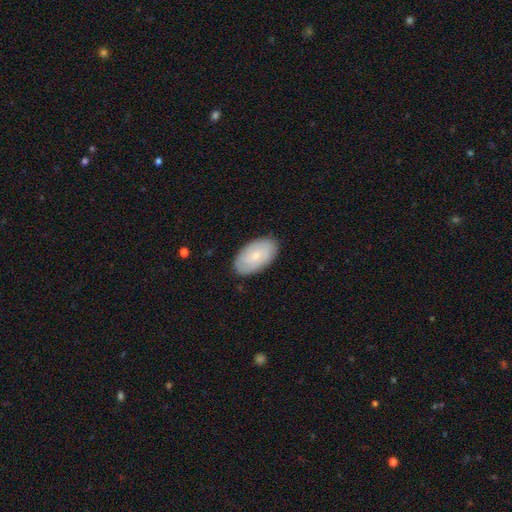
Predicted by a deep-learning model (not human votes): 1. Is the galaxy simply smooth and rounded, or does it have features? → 54% smooth, 40% featured or disk, 6% star or artifact.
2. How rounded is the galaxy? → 94% in between, 3% round, 2% cigar-shaped.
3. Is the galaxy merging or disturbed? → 86% none, 11% minor disturbance, 2% major disturbance, 1% merger.